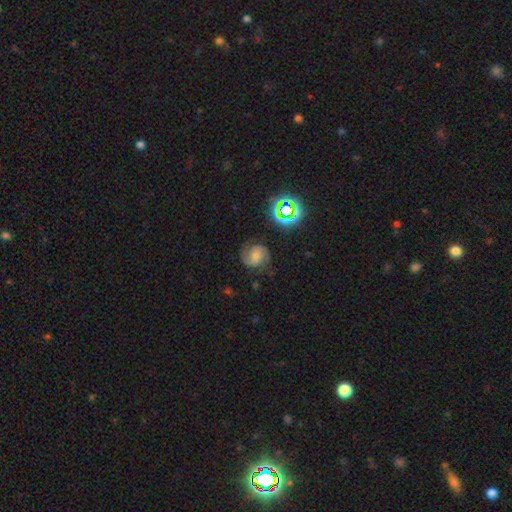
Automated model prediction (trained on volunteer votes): Smooth or featured: featured or disk — 72% (smooth — 14%)
Edge-on disk: no — 98% (yes — 2%)
Bar: no — 55% (weak — 36%)
Spiral arms: yes — 96% (no — 4%)
Spiral winding: medium — 51% (tight — 36%)
Spiral arm count: 2 — 88% (can't tell — 5%)
Bulge size: small — 42% (moderate — 40%)
Merging: none — 75% (minor disturbance — 16%)